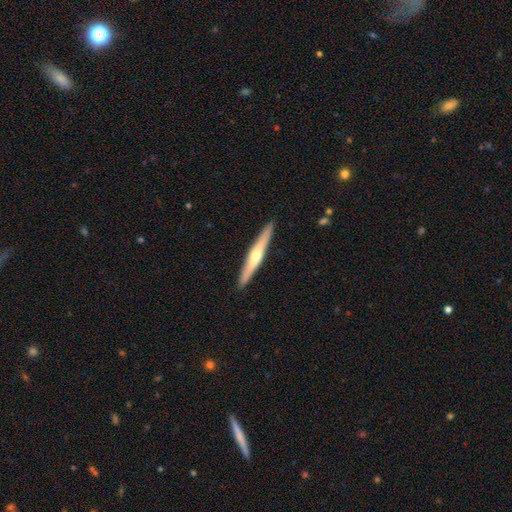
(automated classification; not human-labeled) smooth-or-featured: featured or disk: 63% | smooth: 32% | star or artifact: 5%
  disk-edge-on: yes: 96% | no: 4%
    edge-on-bulge: rounded: 84% | none: 13% | boxy: 3%
  merging: none: 92% | minor disturbance: 6% | major disturbance: 1% | merger: 1%